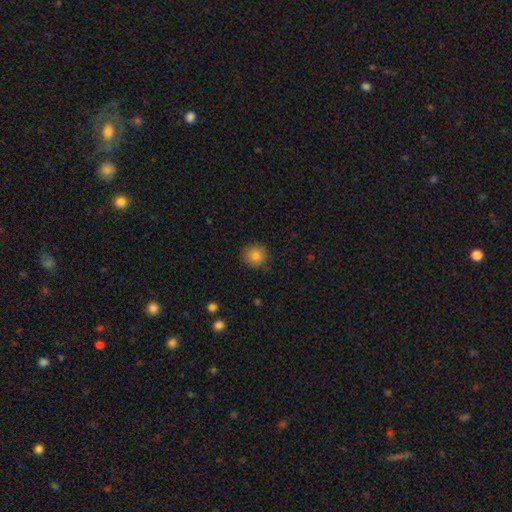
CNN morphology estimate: Smooth or featured: smooth — 84% (star or artifact — 10%)
How rounded: round — 93% (in between — 6%)
Merging: none — 89% (minor disturbance — 8%)